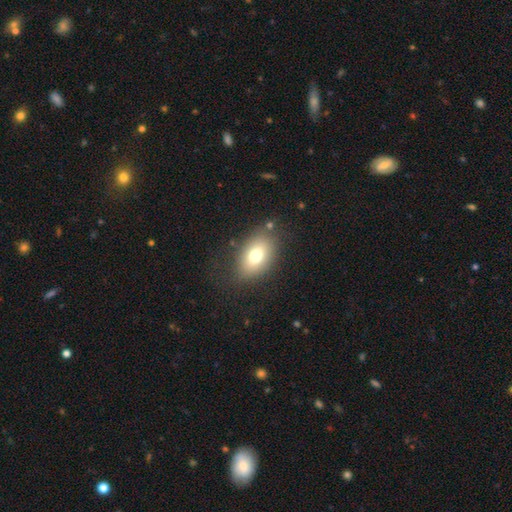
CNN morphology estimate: A smooth galaxy with no disk features (75%) that is in between round and cigar-shaped (85%).

Vote fractions:
- Smooth or featured? smooth: 75% / featured or disk: 15% / star or artifact: 10%
- How rounded? in between: 85% / round: 14% / cigar-shaped: 2%
- Merging? none: 78% / minor disturbance: 13% / major disturbance: 6% / merger: 3%